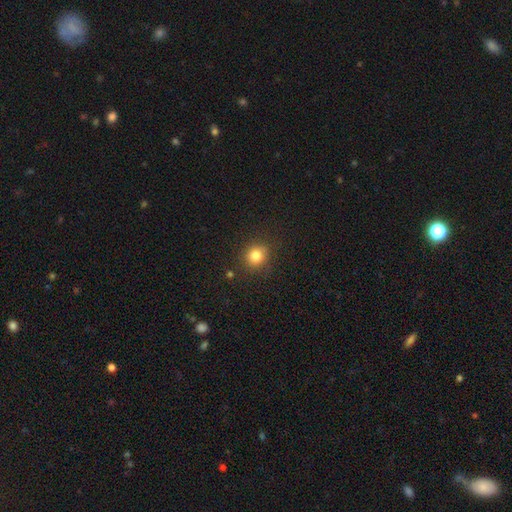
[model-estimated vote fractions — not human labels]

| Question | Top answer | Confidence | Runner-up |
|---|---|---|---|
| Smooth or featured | smooth | 82% | star or artifact (12%) |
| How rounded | round | 83% | in between (16%) |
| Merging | none | 86% | minor disturbance (9%) |